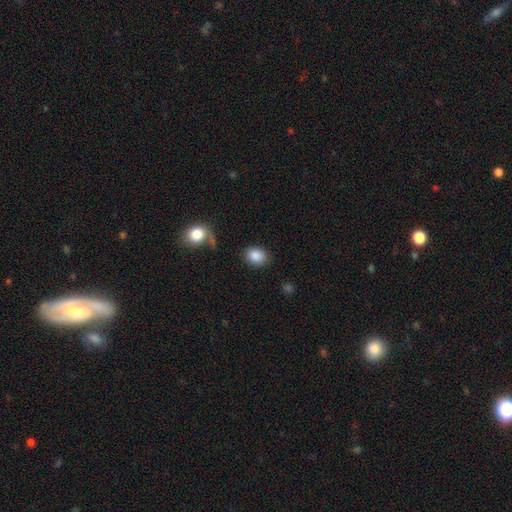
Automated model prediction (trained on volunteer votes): Overall: smooth (86%). How rounded: in between (50%; round 49%). Merging: none (82%).